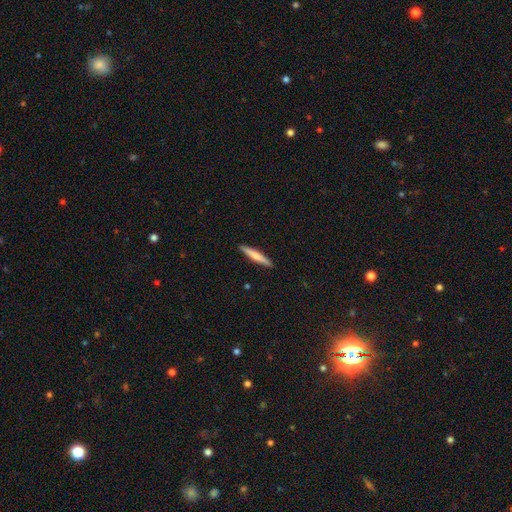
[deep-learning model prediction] Morphology: type=smooth (61%); roundness=cigar-shaped (94%); merging=none (92%).